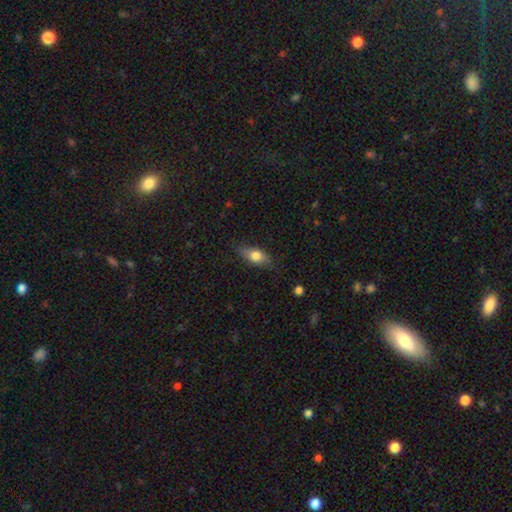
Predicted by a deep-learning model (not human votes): Morphology: type=smooth (72%); roundness=in between (78%); merging=none (76%).